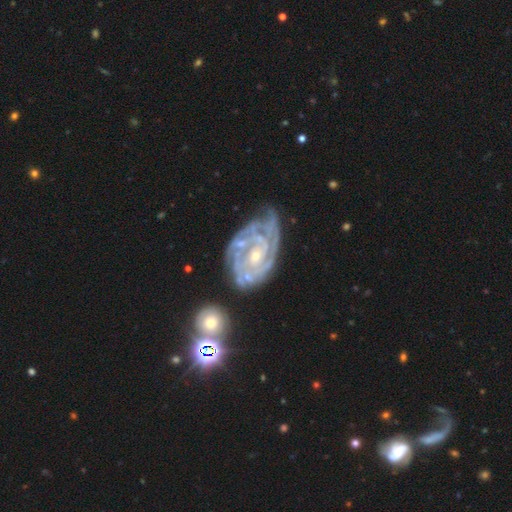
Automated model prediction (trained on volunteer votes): The model was most divided on "spiral arm count": can't tell: 34%, 3: 21%, 2: 19%, 4: 13%, more than 4: 7%, 1: 6%. Remaining: edge-on disk — no (97%); spiral arms — yes (95%); smooth or featured — featured or disk (88%); spiral winding — tight (74%); bar — no (67%); bulge size — small (63%); merging — none (47%).